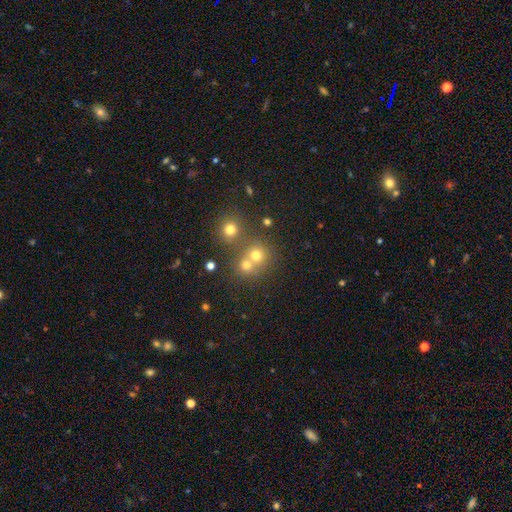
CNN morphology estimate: Q: Smooth or featured?
A: smooth (56%); runner-up: star or artifact (30%)
Q: How rounded?
A: round (79%); runner-up: in between (19%)
Q: Merging?
A: merger (46%); runner-up: none (44%)